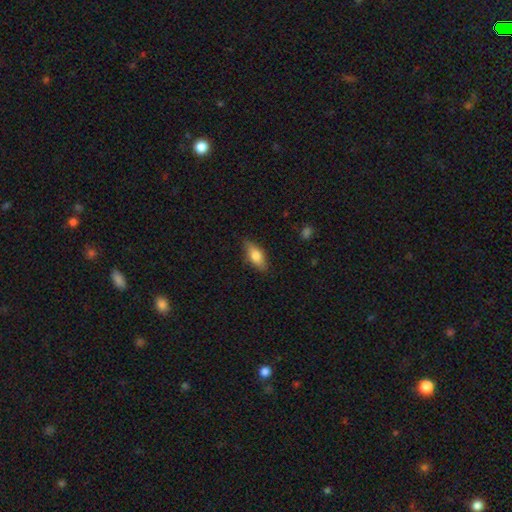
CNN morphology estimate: Overall: smooth (75%). How rounded: in between (79%). Merging: none (81%).